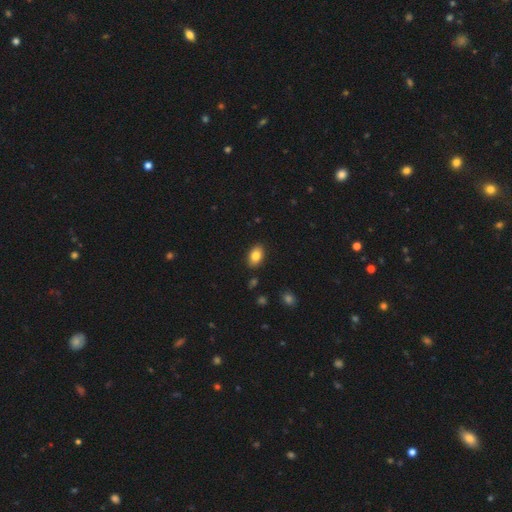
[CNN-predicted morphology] This is clearly a smooth galaxy (84%). How rounded: clearly in between (88%). Merging: clearly none (88%).